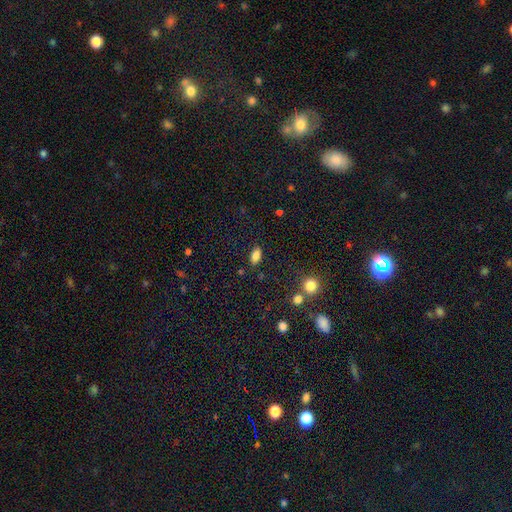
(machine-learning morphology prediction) A smooth galaxy with no disk features (84%) that is in between round and cigar-shaped (89%). Merging: none (86%).